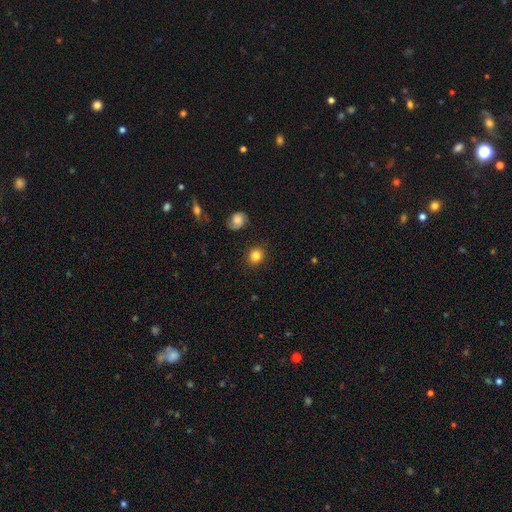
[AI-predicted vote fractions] This is clearly a smooth galaxy (83%). How rounded: likely round (78%). Merging: clearly none (89%).